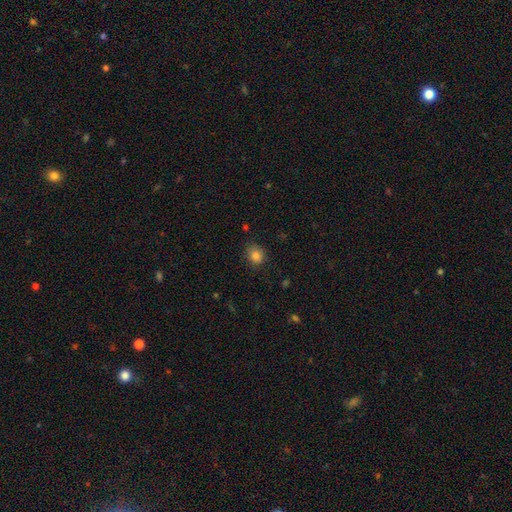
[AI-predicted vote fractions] smooth_or_featured: smooth (p=0.83) [alt: star or artifact p=0.11]
how_rounded: round (p=0.65) [alt: in between p=0.34]
merging: none (p=0.79) [alt: minor disturbance p=0.16]